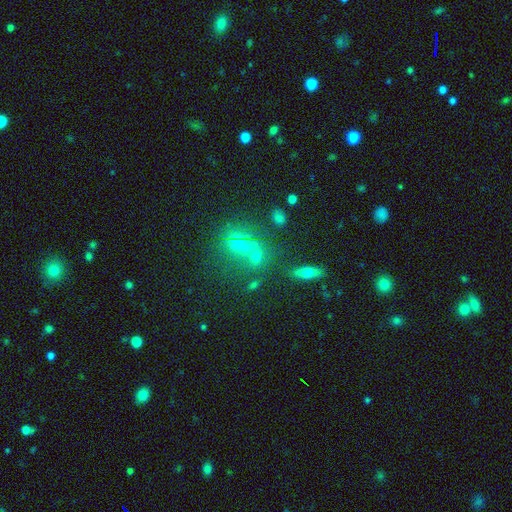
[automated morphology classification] Smooth or featured?
  - smooth: 52% *
  - featured or disk: 24%
  - star or artifact: 24%
How rounded?
  - round: 55% *
  - in between: 42%
  - cigar-shaped: 4%
Merging?
  - merger: 41% *
  - none: 40%
  - minor disturbance: 11%
  - major disturbance: 7%